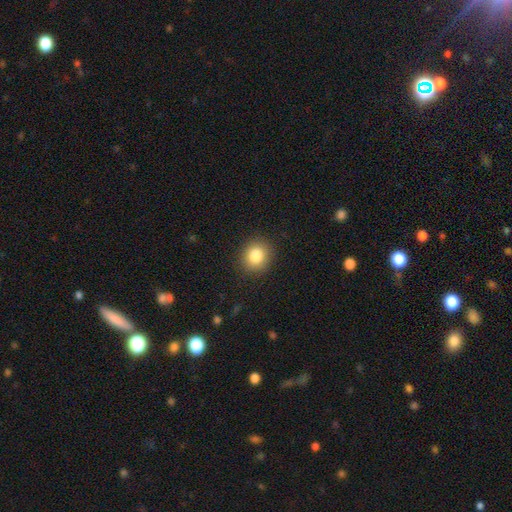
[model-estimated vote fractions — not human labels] Smooth or featured?
  - smooth: 84% *
  - star or artifact: 10%
  - featured or disk: 6%
How rounded?
  - round: 73% *
  - in between: 27%
  - cigar-shaped: 1%
Merging?
  - none: 89% *
  - minor disturbance: 7%
  - major disturbance: 2%
  - merger: 1%